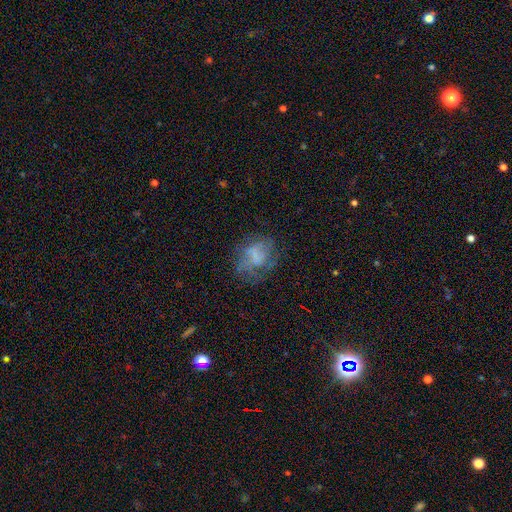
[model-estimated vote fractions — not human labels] Overall: featured or disk (43%, tied with smooth). Merging: none (47%; major disturbance 28%).